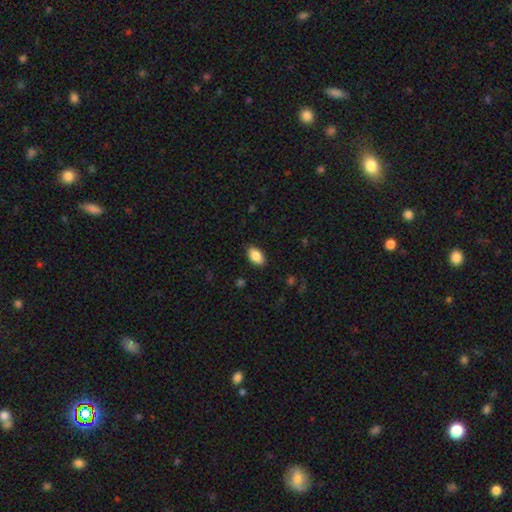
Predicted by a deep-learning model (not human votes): smooth_or_featured: smooth (p=0.87) [alt: star or artifact p=0.07]
how_rounded: in between (p=0.93) [alt: round p=0.05]
merging: none (p=0.87) [alt: minor disturbance p=0.10]